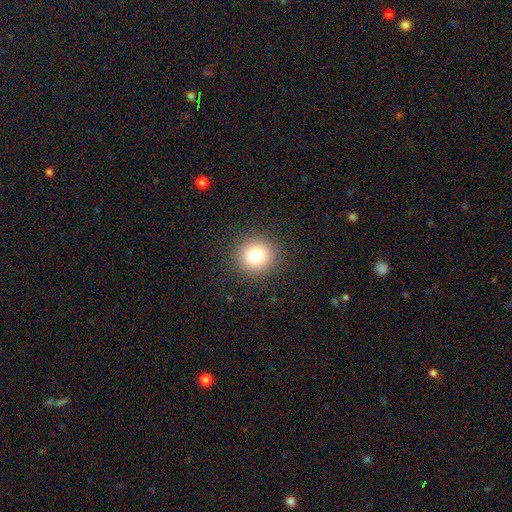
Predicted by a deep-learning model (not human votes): Overall: smooth (79%). How rounded: round (93%). Merging: none (90%).